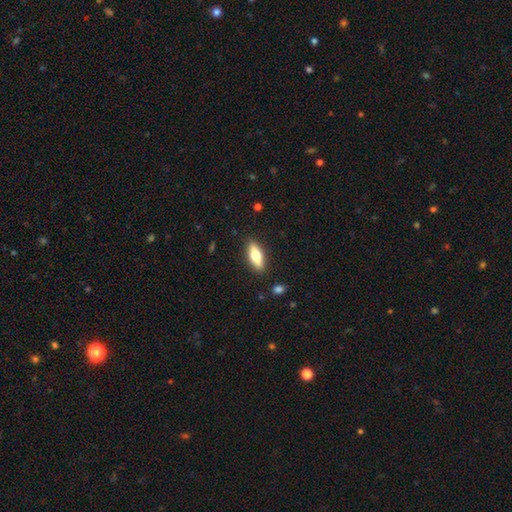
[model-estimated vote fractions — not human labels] This appears to be a smooth galaxy with no disk features (63%) that is in between round and cigar-shaped (63%). Merging: none (89%).